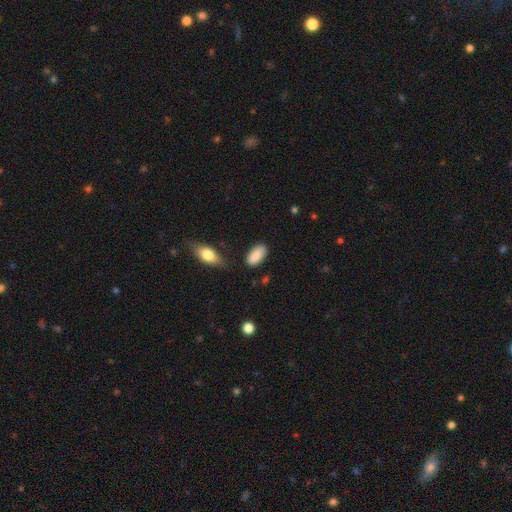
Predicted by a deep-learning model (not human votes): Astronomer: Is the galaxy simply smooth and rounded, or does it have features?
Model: smooth — 88%.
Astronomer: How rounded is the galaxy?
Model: in between — 93%.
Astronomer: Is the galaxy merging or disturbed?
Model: none — 78%.